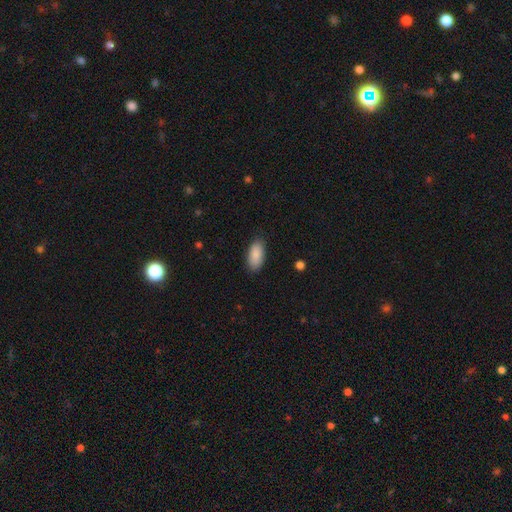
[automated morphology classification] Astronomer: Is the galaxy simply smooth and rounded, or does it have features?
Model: smooth — 90%.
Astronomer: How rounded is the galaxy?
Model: in between — 93%.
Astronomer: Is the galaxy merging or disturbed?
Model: none — 85%.